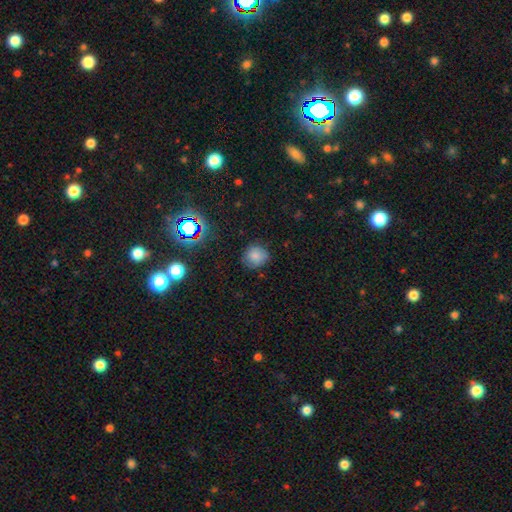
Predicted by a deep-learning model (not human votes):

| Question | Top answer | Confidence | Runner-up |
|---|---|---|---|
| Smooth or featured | smooth | 78% | star or artifact (15%) |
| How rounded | round | 83% | in between (16%) |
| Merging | none | 78% | minor disturbance (16%) |